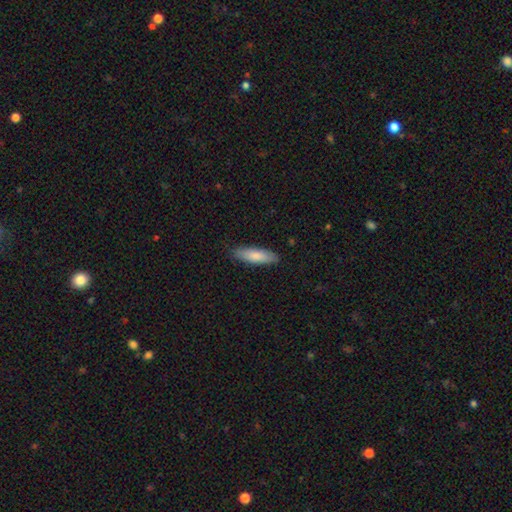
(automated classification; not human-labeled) Smooth or featured? Predicted: smooth (p=0.83). How rounded? Predicted: cigar-shaped (p=0.54). Merging? Predicted: none (p=0.86).